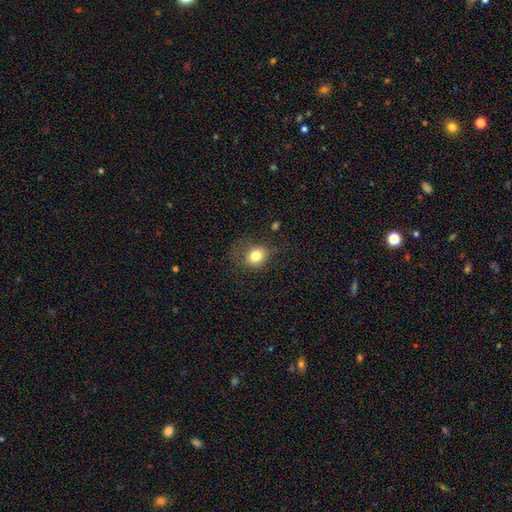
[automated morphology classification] Smooth or featured? smooth (80%)
How rounded? round (63%)
Merging? none (74%)